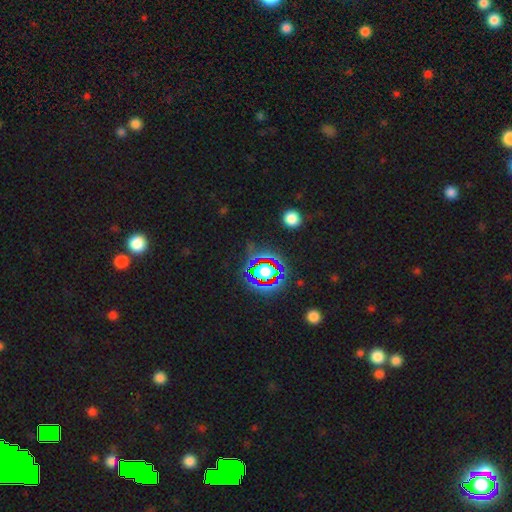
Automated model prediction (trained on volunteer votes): Smooth or featured? star or artifact (79%)